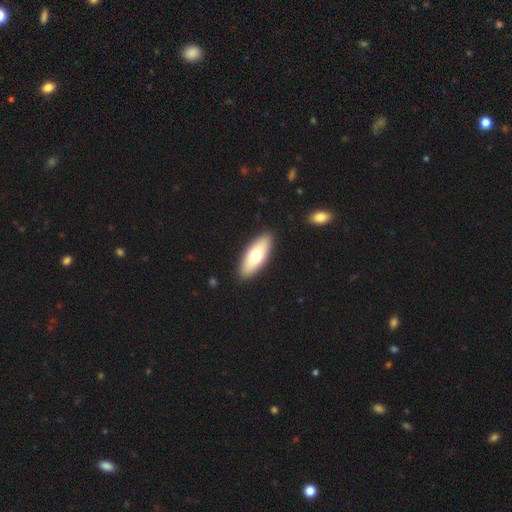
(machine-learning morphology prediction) smooth 68%, featured or disk 27%, star or artifact 5%. Down the decision tree: how rounded — in between (71%); merging — none (90%).